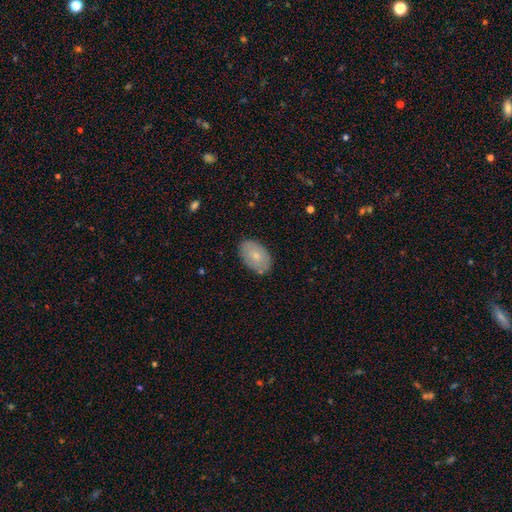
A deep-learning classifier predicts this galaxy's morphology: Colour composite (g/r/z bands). It shows a smooth galaxy with no disk features (72%) that is in between round and cigar-shaped (90%). Merging: none (83%).